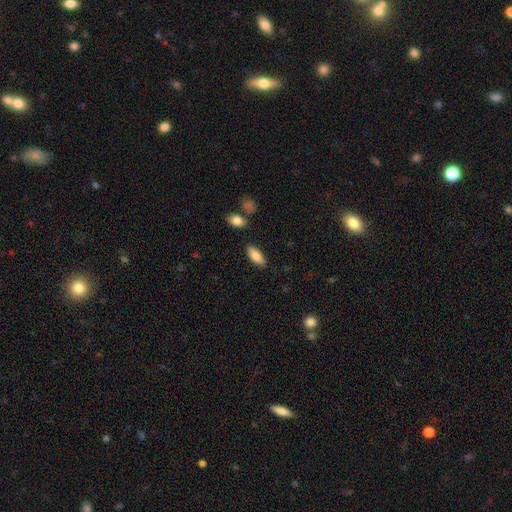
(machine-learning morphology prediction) Smooth or featured?
  - smooth: 84% *
  - featured or disk: 10%
  - star or artifact: 6%
How rounded?
  - in between: 79% *
  - cigar-shaped: 19%
  - round: 2%
Merging?
  - none: 84% *
  - minor disturbance: 11%
  - major disturbance: 3%
  - merger: 2%